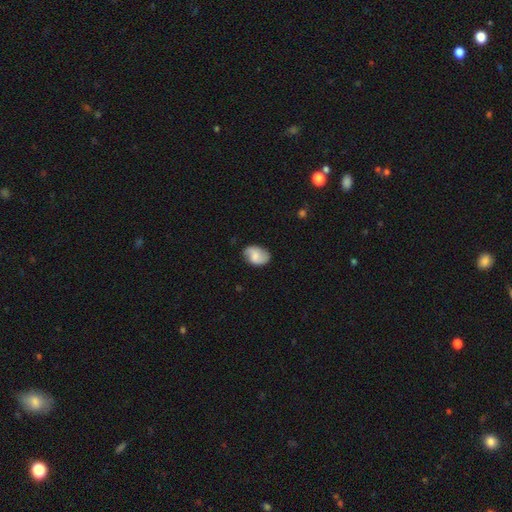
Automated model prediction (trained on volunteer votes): Smooth or featured? Predicted: smooth (p=0.53). How rounded? Predicted: in between (p=0.79). Merging? Predicted: none (p=0.74).